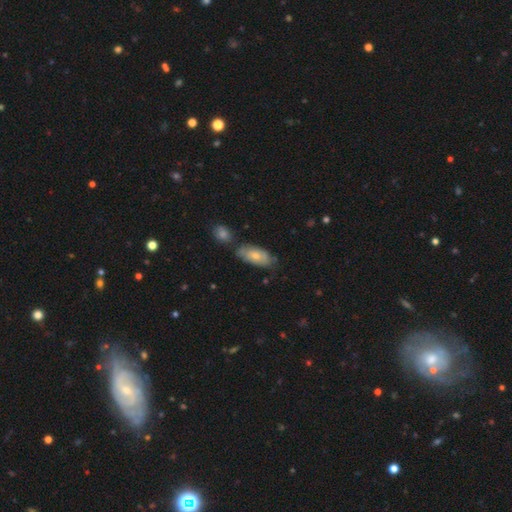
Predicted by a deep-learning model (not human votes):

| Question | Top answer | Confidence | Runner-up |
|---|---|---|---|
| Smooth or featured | smooth | 69% | featured or disk (25%) |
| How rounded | in between | 89% | cigar-shaped (8%) |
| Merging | none | 57% | minor disturbance (22%) |